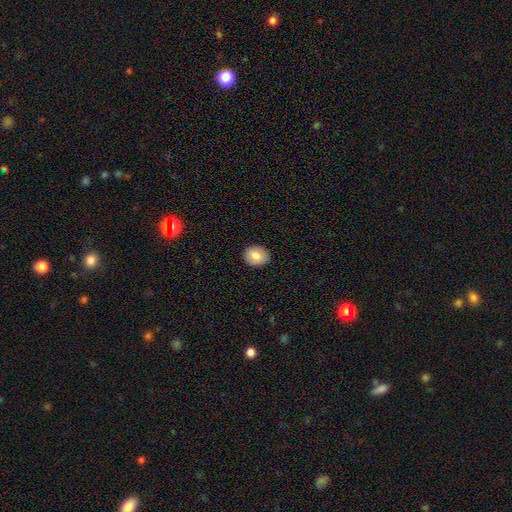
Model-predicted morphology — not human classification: A smooth galaxy with no disk features (82%) that is round (65%). Merging: none (91%).